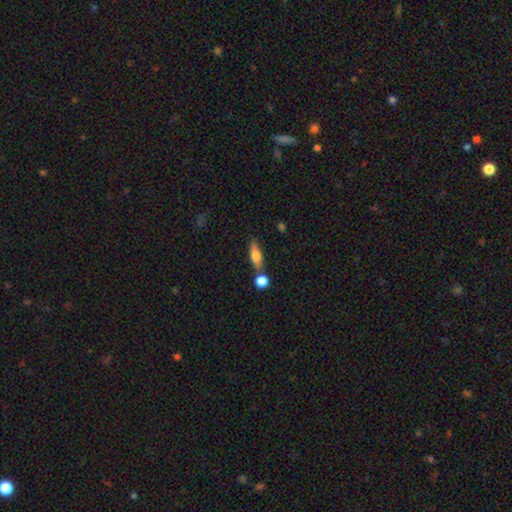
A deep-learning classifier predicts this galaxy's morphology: This appears to be a smooth galaxy with no disk features (61%) that is in between round and cigar-shaped (47%, tied with cigar-shaped). Merging: none (65%).